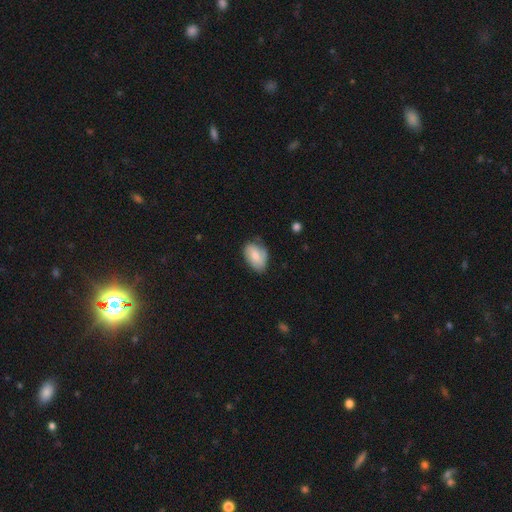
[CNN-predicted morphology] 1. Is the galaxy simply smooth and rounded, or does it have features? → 53% smooth, 41% featured or disk, 7% star or artifact.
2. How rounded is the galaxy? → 86% in between, 12% round, 2% cigar-shaped.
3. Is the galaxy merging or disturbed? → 58% none, 31% minor disturbance, 9% major disturbance, 2% merger.